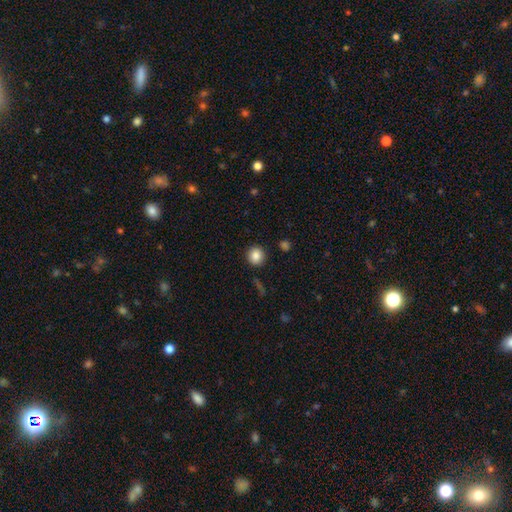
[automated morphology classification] Overall: smooth (85%). How rounded: round (91%). Merging: none (90%).